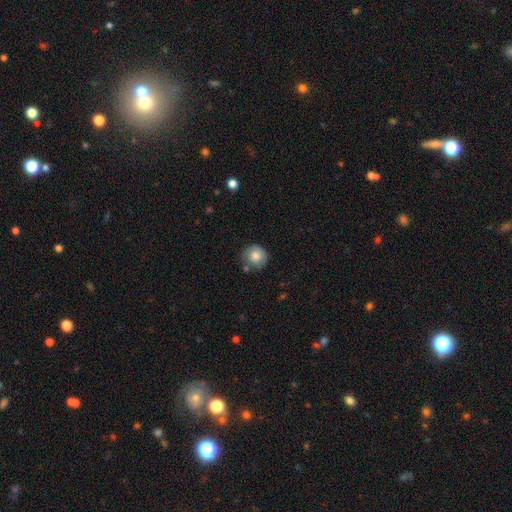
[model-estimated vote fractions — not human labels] smooth 79%, featured or disk 12%, star or artifact 9%. Down the decision tree: how rounded — round (92%); merging — none (75%).